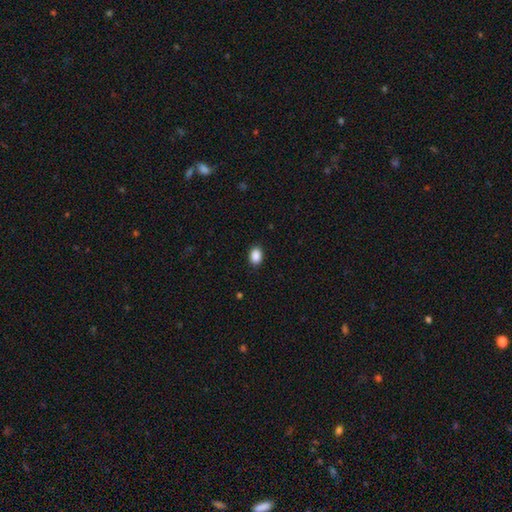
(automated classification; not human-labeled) This appears to be a smooth galaxy with no disk features (89%) that is in between round and cigar-shaped (80%). Merging: none (89%).